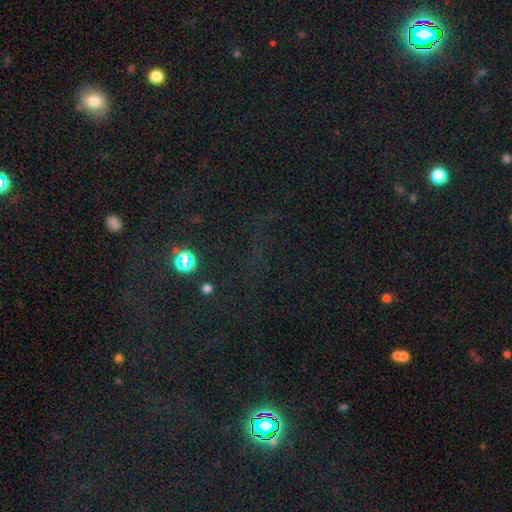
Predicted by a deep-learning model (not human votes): Smooth or featured? star or artifact (74%)